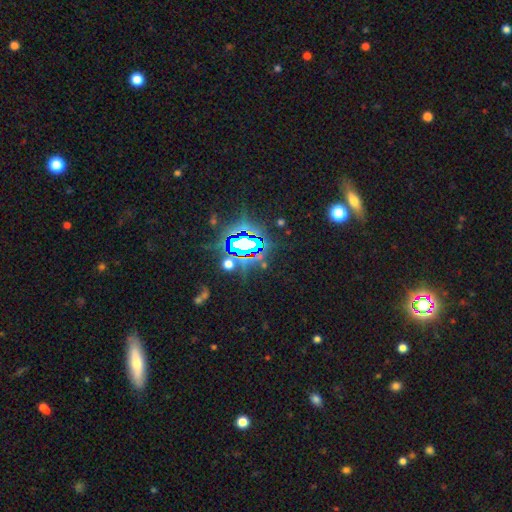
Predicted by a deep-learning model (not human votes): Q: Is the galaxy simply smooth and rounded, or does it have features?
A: star or artifact — 79%.